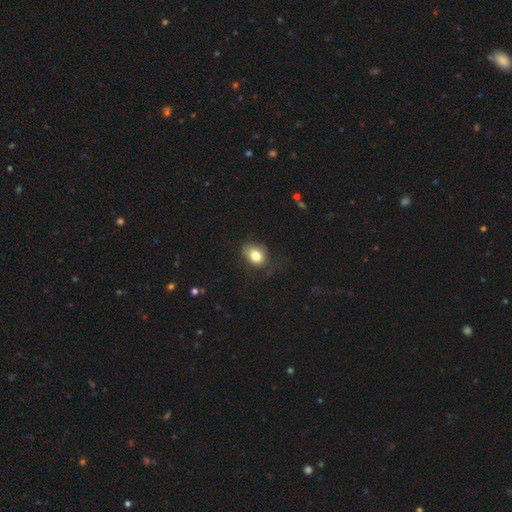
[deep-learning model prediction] Smooth or featured?
  - smooth: 81% *
  - featured or disk: 10%
  - star or artifact: 9%
How rounded?
  - in between: 63% *
  - round: 36%
  - cigar-shaped: 1%
Merging?
  - none: 61% *
  - minor disturbance: 26%
  - major disturbance: 11%
  - merger: 2%